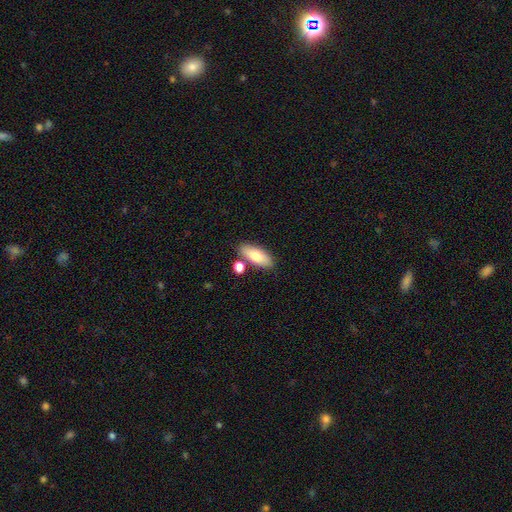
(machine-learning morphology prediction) Smooth or featured: smooth — 76% (featured or disk — 17%)
How rounded: in between — 80% (cigar-shaped — 17%)
Merging: none — 77% (minor disturbance — 10%)